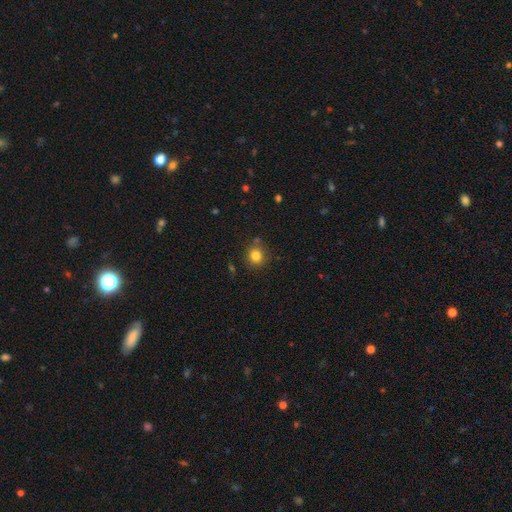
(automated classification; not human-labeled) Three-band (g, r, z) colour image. It shows a smooth galaxy with no disk features (81%) that is round (84%). Merging: none (81%).